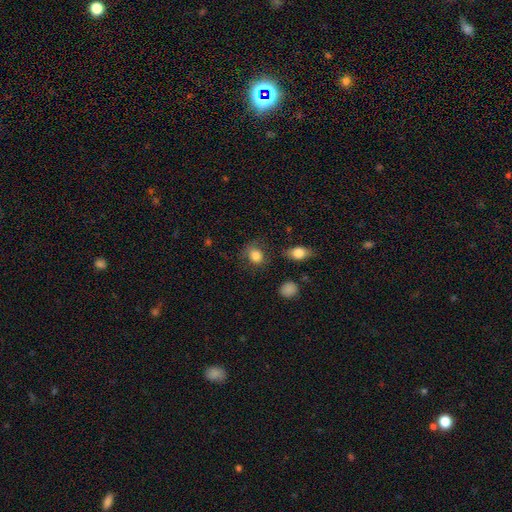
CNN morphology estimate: type=smooth (83%); roundness=round (70%); merging=none (69%).